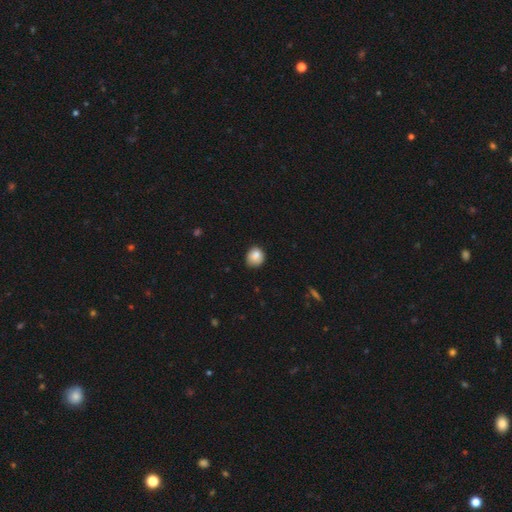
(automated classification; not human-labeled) A smooth galaxy with no disk features (84%) that is round (76%).

Vote fractions:
- Smooth or featured? smooth: 84% / star or artifact: 9% / featured or disk: 7%
- How rounded? round: 76% / in between: 23% / cigar-shaped: 1%
- Merging? none: 73% / minor disturbance: 21% / major disturbance: 4% / merger: 1%